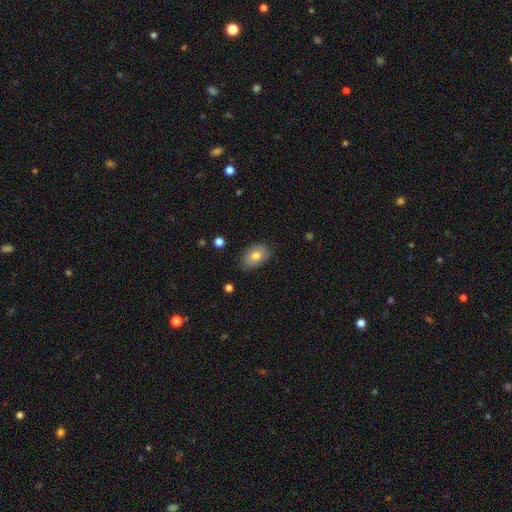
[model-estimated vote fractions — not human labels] Smooth or featured?
  - smooth: 74% *
  - featured or disk: 18%
  - star or artifact: 7%
How rounded?
  - in between: 84% *
  - round: 15%
  - cigar-shaped: 1%
Merging?
  - none: 80% *
  - minor disturbance: 16%
  - major disturbance: 3%
  - merger: 1%